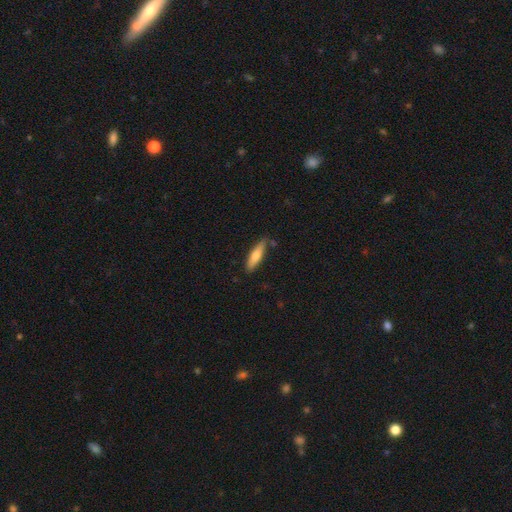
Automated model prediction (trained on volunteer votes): smooth-or-featured: smooth: 71% | featured or disk: 23% | star or artifact: 6%
  how-rounded: cigar-shaped: 69% | in between: 30% | round: 2%
  merging: none: 79% | minor disturbance: 16% | merger: 3% | major disturbance: 3%